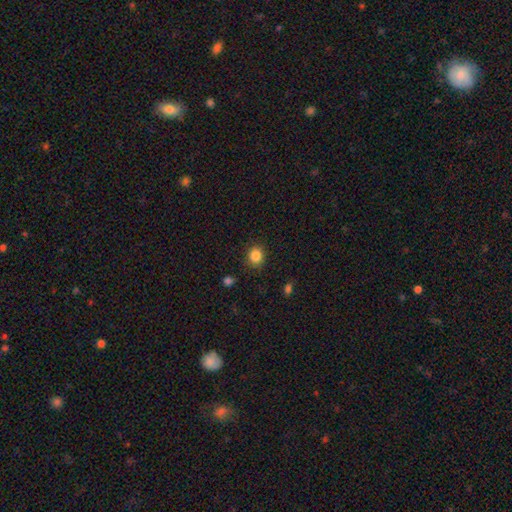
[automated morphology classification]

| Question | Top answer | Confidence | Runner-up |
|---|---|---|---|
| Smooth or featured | smooth | 85% | star or artifact (10%) |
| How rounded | round | 75% | in between (24%) |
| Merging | none | 86% | minor disturbance (9%) |